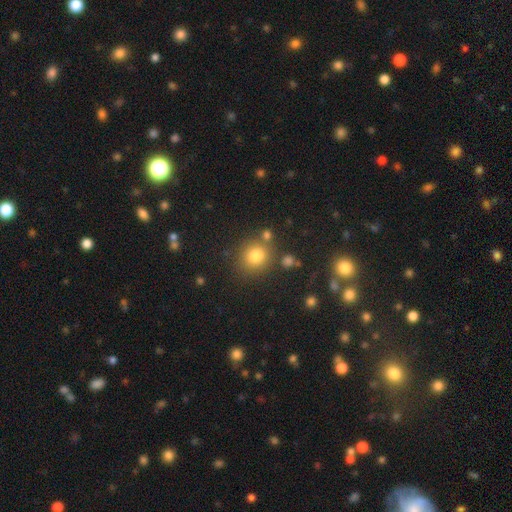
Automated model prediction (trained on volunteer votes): Smooth or featured? smooth (79%)
How rounded? round (83%)
Merging? none (76%)